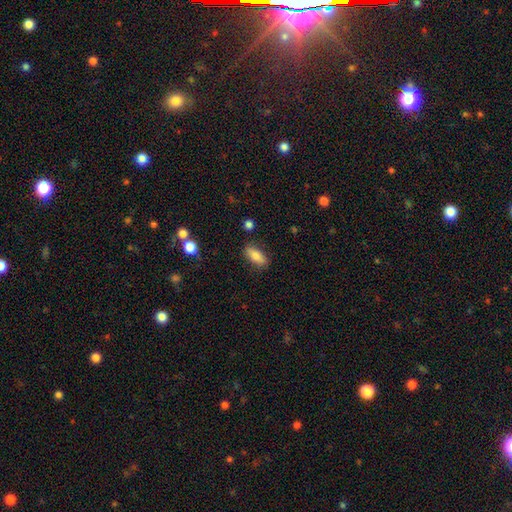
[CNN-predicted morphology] Smooth or featured: smooth — 81% (featured or disk — 11%)
How rounded: in between — 80% (cigar-shaped — 16%)
Merging: none — 83% (minor disturbance — 12%)